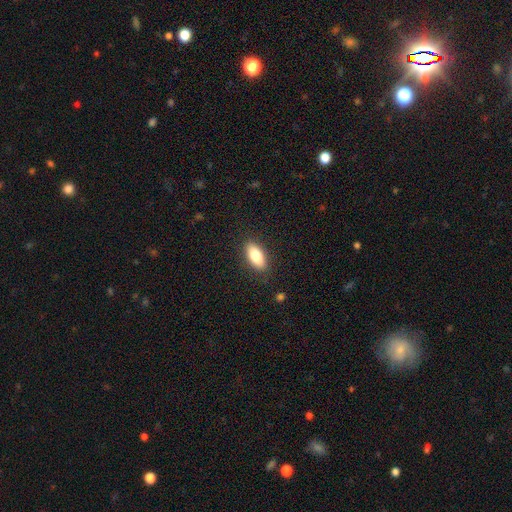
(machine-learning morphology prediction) Smooth or featured: smooth — 81% (featured or disk — 13%)
How rounded: in between — 83% (cigar-shaped — 14%)
Merging: none — 87% (minor disturbance — 9%)